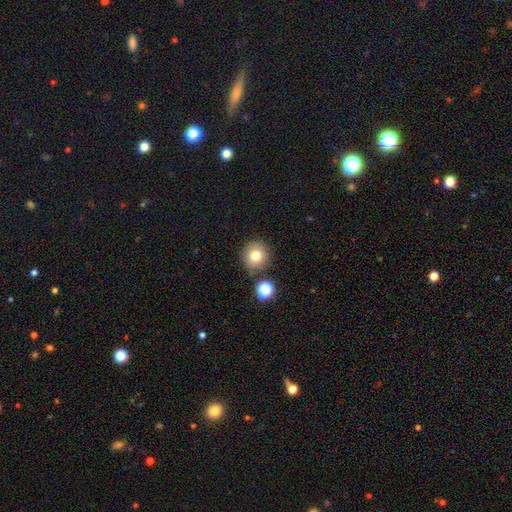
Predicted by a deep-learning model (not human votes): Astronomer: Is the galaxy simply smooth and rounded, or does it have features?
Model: smooth — 78%.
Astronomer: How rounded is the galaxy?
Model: round — 93%.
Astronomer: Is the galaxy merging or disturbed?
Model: none — 83%.